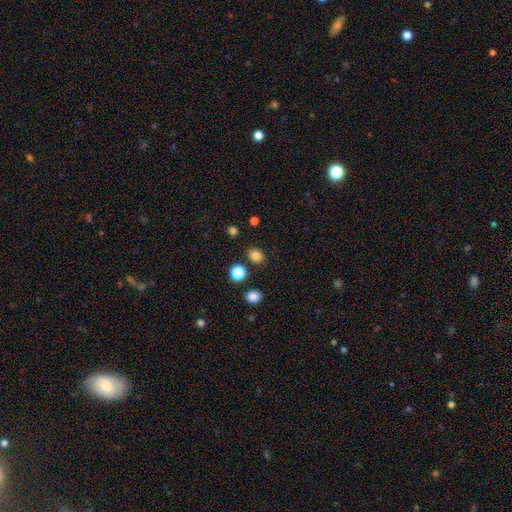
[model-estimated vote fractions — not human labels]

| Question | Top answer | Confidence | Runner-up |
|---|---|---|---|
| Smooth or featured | smooth | 82% | star or artifact (14%) |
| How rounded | round | 59% | in between (41%) |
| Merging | none | 84% | minor disturbance (9%) |